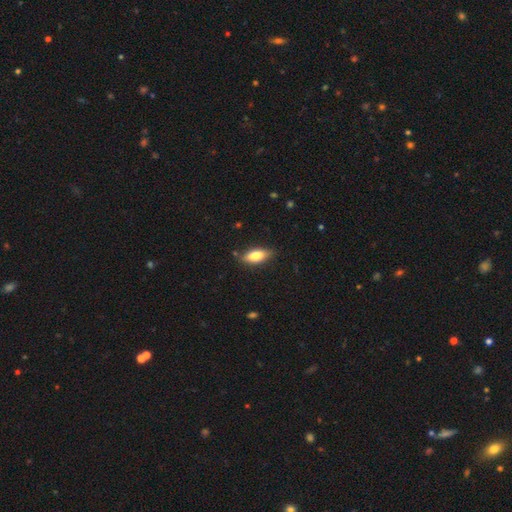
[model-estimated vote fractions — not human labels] smooth 74%, featured or disk 19%, star or artifact 7%. Down the decision tree: how rounded — in between (76%); merging — none (82%).